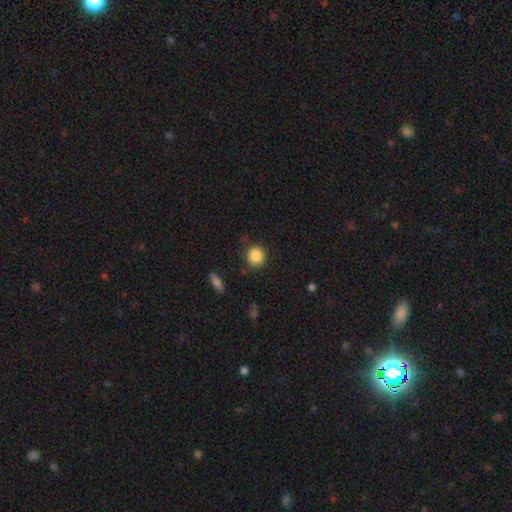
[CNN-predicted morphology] Smooth or featured? Predicted: smooth (p=0.87). How rounded? Predicted: round (p=0.89). Merging? Predicted: none (p=0.85).